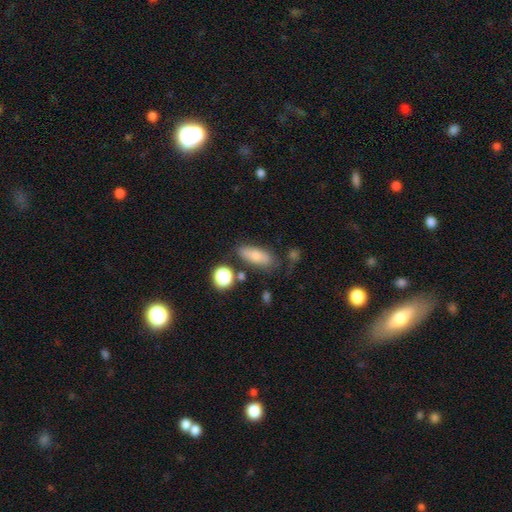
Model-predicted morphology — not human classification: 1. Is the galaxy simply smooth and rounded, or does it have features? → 75% smooth, 16% featured or disk, 9% star or artifact.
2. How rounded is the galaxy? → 75% in between, 21% cigar-shaped, 5% round.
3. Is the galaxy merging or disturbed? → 68% none, 19% minor disturbance, 7% major disturbance, 7% merger.